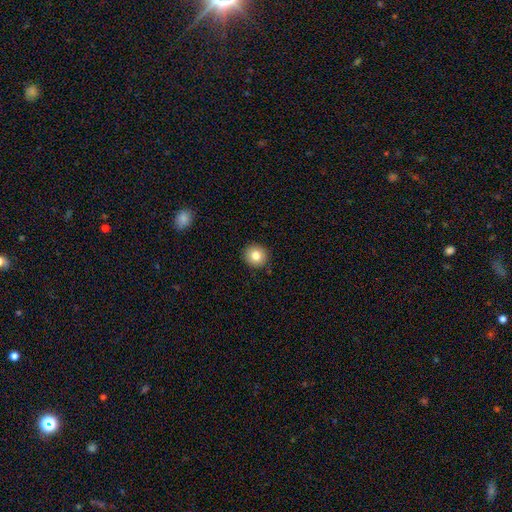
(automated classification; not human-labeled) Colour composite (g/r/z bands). It shows a smooth galaxy with no disk features (81%) that is round (92%). Merging: none (91%).